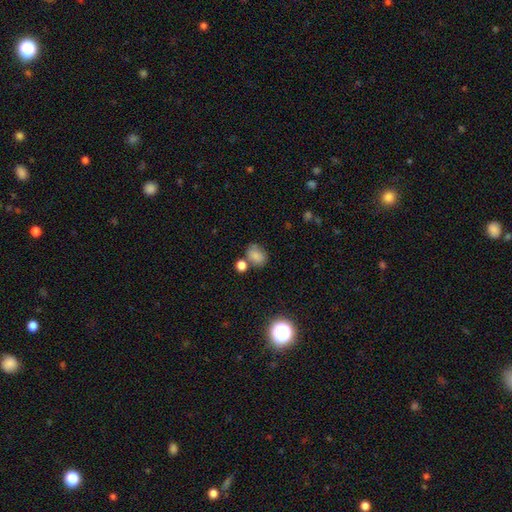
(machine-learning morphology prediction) Q: Smooth or featured?
A: smooth (79%); runner-up: star or artifact (12%)
Q: How rounded?
A: in between (65%); runner-up: round (34%)
Q: Merging?
A: none (55%); runner-up: merger (20%)